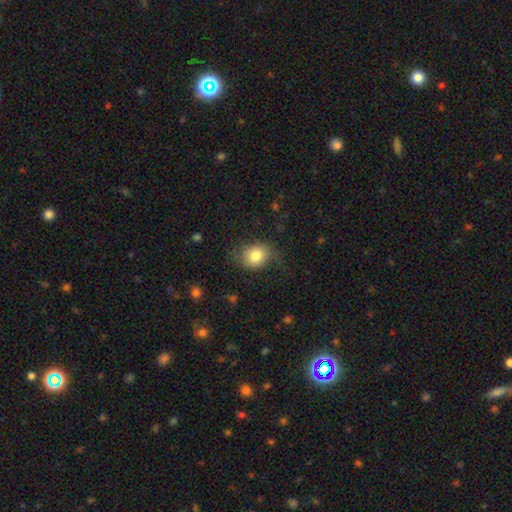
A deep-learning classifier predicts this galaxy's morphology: This is likely a smooth galaxy (77%). How rounded: possibly round (54%). Merging: likely none (62%).